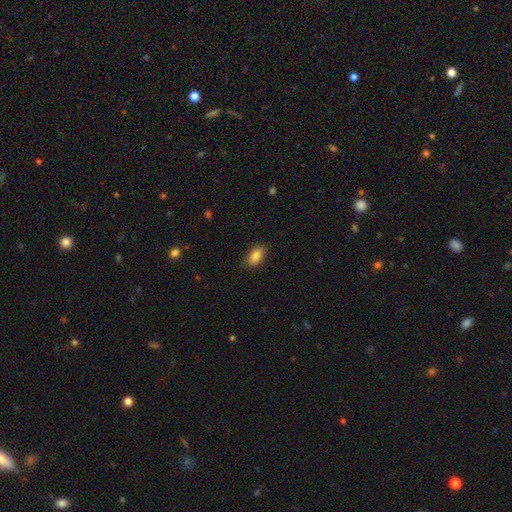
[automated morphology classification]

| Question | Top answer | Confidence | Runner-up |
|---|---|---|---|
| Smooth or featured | smooth | 87% | star or artifact (7%) |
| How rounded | in between | 90% | cigar-shaped (5%) |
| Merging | none | 84% | minor disturbance (12%) |